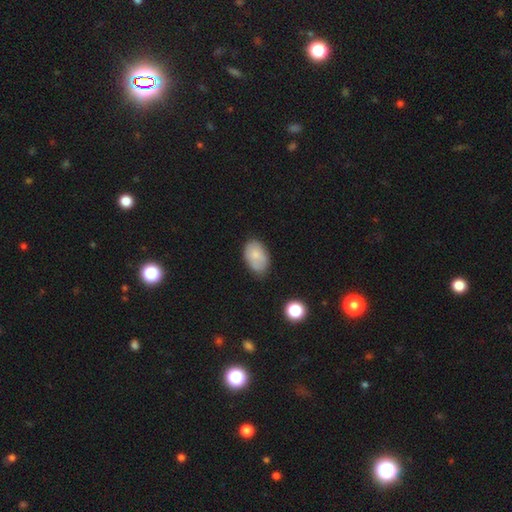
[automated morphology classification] Q: Smooth or featured?
A: smooth (77%); runner-up: featured or disk (15%)
Q: How rounded?
A: in between (90%); runner-up: round (9%)
Q: Merging?
A: none (66%); runner-up: minor disturbance (26%)